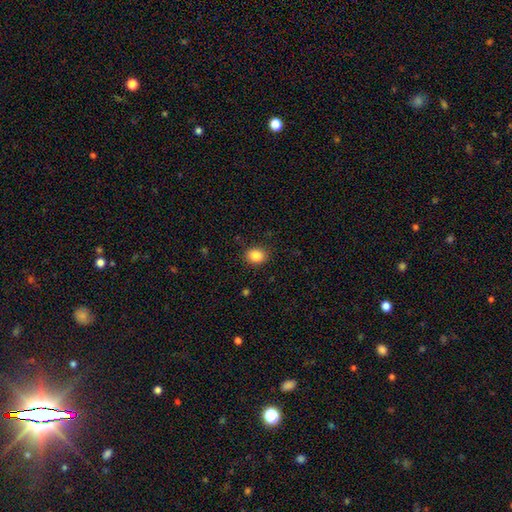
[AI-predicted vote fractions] The model was most divided on "how rounded": round: 52%, in between: 47%, cigar-shaped: 1%. More confident: merging — none (87%); smooth or featured — smooth (85%).